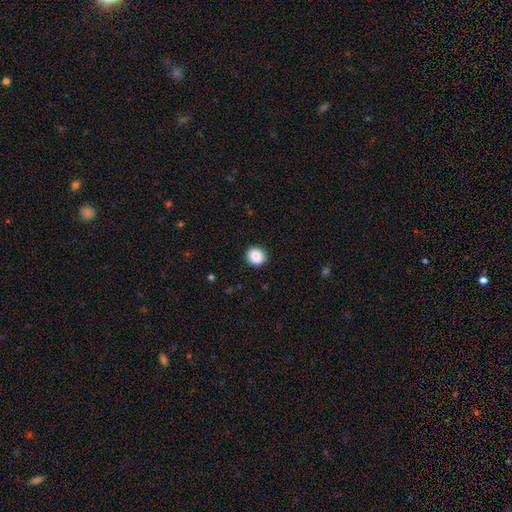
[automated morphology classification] Smooth or featured? Predicted: smooth (p=0.87). How rounded? Predicted: round (p=0.90). Merging? Predicted: none (p=0.91).